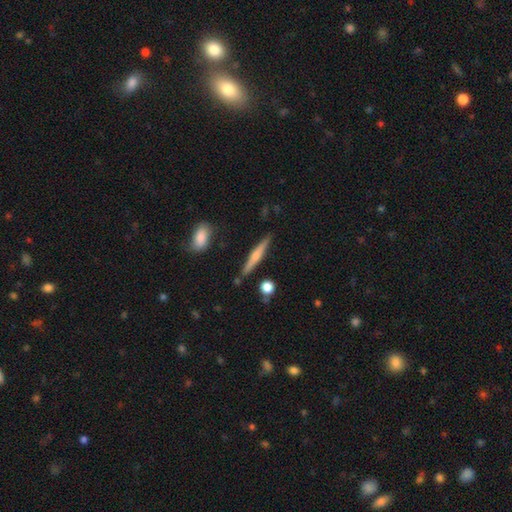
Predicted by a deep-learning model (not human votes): This is possibly a featured or disk galaxy (48%). Merging: clearly none (86%).